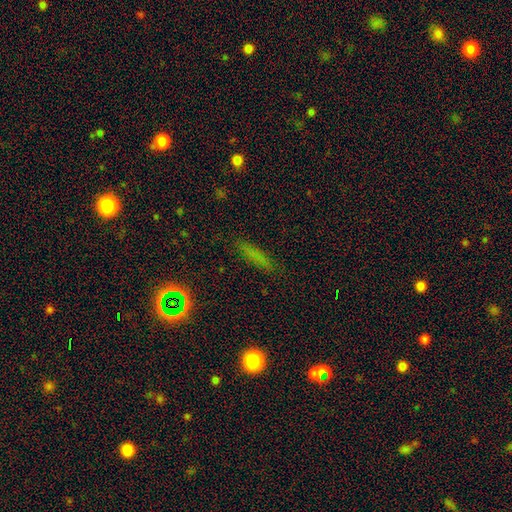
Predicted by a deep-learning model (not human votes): Overall: smooth (57%; featured or disk 24%). How rounded: cigar-shaped (79%). Merging: none (84%).